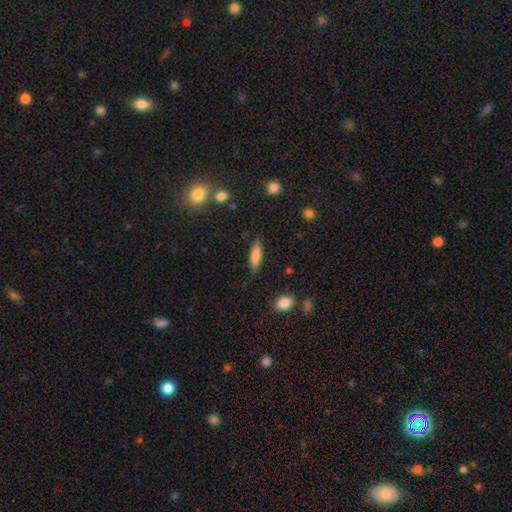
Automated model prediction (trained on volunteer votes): Overall: smooth (80%). How rounded: cigar-shaped (50%; in between 48%). Merging: none (83%).